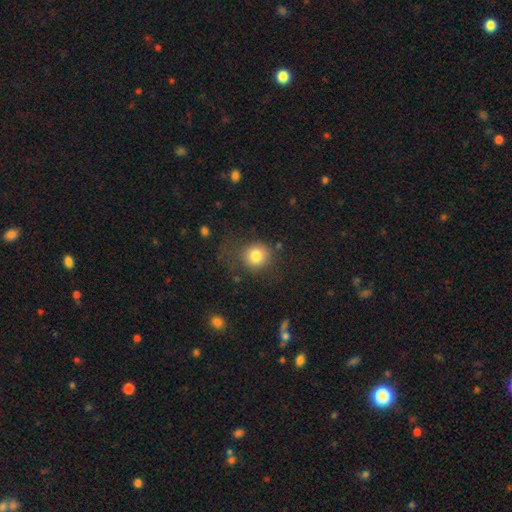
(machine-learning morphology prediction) The model was most divided on "merging": none: 68%, minor disturbance: 17%, major disturbance: 12%, merger: 3%. More confident: how rounded — round (87%); smooth or featured — smooth (80%).